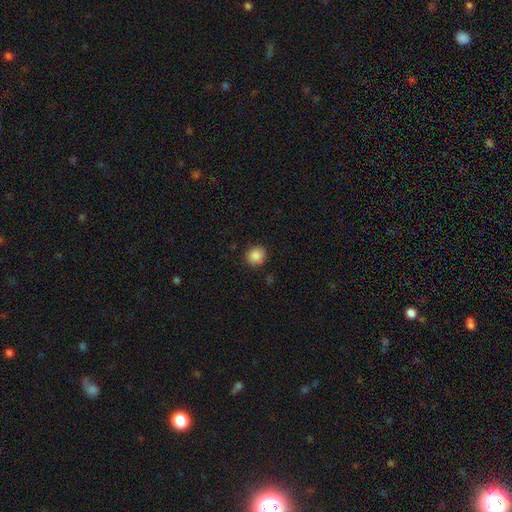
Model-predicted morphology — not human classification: Overall: smooth (87%). How rounded: round (87%). Merging: none (89%).